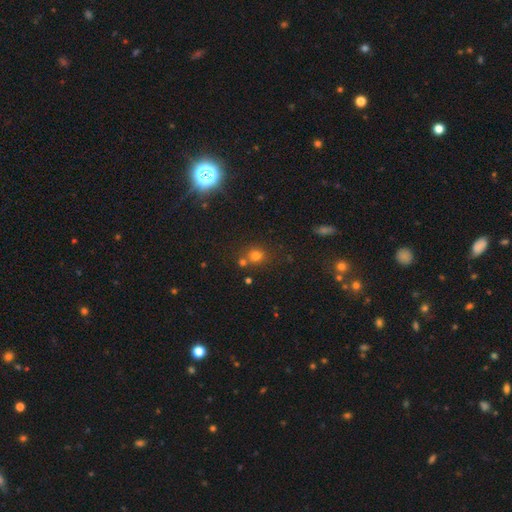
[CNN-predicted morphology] A smooth galaxy with no disk features (71%) that is round (83%).

Vote fractions:
- Smooth or featured? smooth: 71% / star or artifact: 20% / featured or disk: 9%
- How rounded? round: 83% / in between: 16% / cigar-shaped: 1%
- Merging? none: 63% / merger: 24% / minor disturbance: 10% / major disturbance: 4%